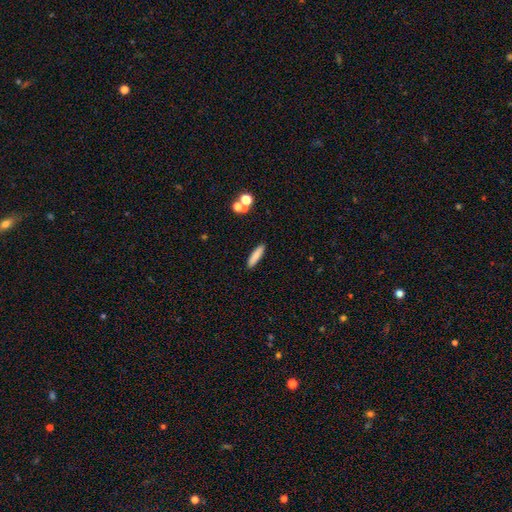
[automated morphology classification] The model was most divided on "how rounded": cigar-shaped: 80%, in between: 18%, round: 2%. More confident: merging — none (90%); smooth or featured — smooth (83%).